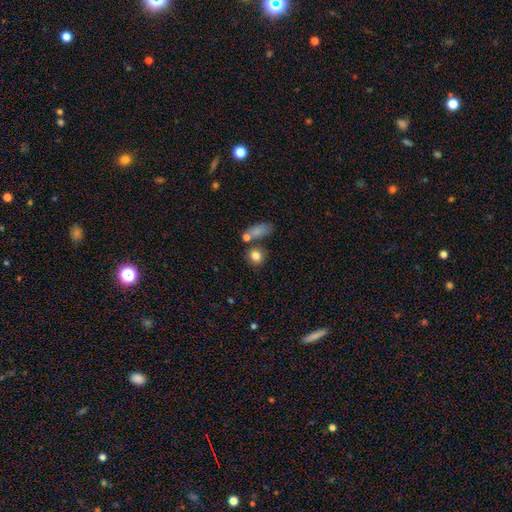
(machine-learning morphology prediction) This is clearly a smooth galaxy (81%). How rounded: likely round (74%). Merging: likely none (65%).